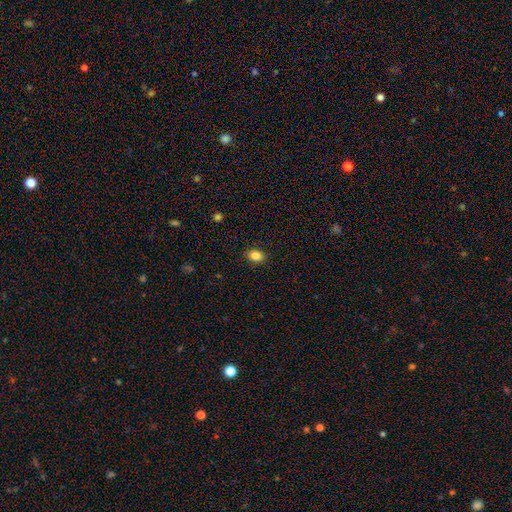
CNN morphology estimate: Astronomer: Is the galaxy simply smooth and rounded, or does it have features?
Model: smooth — 85%.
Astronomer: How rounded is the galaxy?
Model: in between — 75%.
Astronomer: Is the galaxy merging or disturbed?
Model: none — 89%.